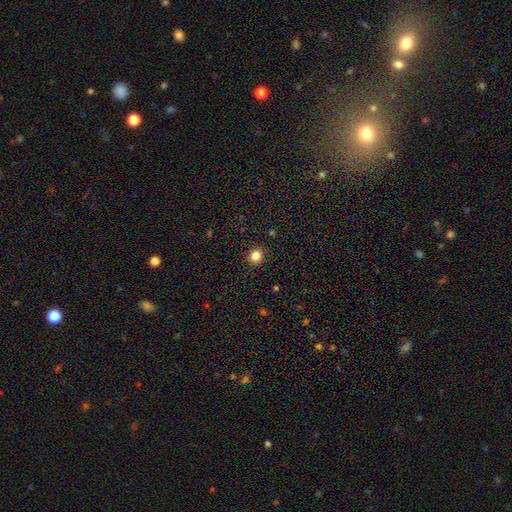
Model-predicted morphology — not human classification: Smooth or featured?
  - smooth: 84% *
  - star or artifact: 12%
  - featured or disk: 4%
How rounded?
  - round: 80% *
  - in between: 19%
  - cigar-shaped: 1%
Merging?
  - none: 91% *
  - minor disturbance: 6%
  - major disturbance: 2%
  - merger: 1%